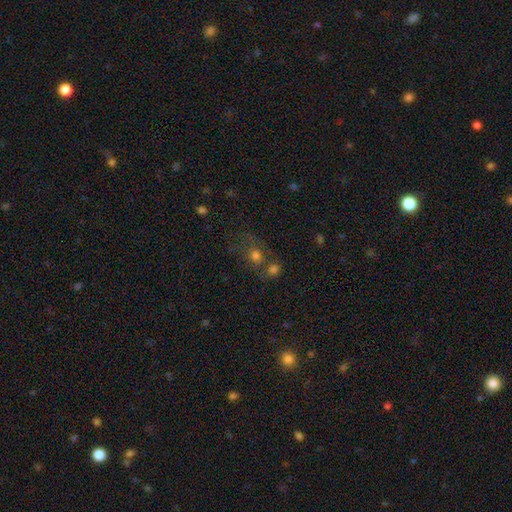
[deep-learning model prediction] This appears to be a smooth galaxy with no disk features (62%) that is round (73%). Merging: none (42%).